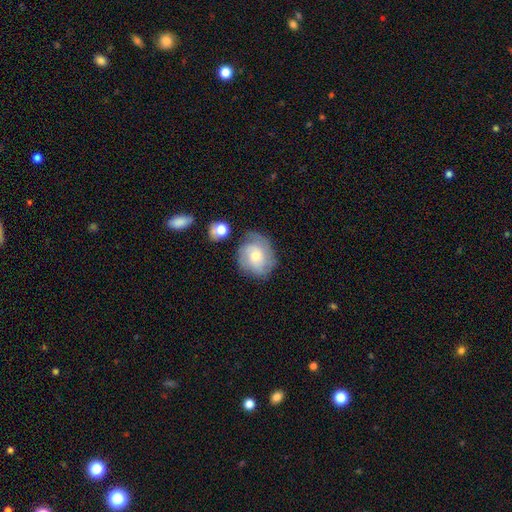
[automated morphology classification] The model was most divided on "bulge size": moderate: 57%, small: 36%, large: 4%, none: 1%, dominant: 1%. More confident: edge-on disk — no (97%); spiral arms — yes (85%); bar — no (73%); merging — none (65%); smooth or featured — featured or disk (56%).